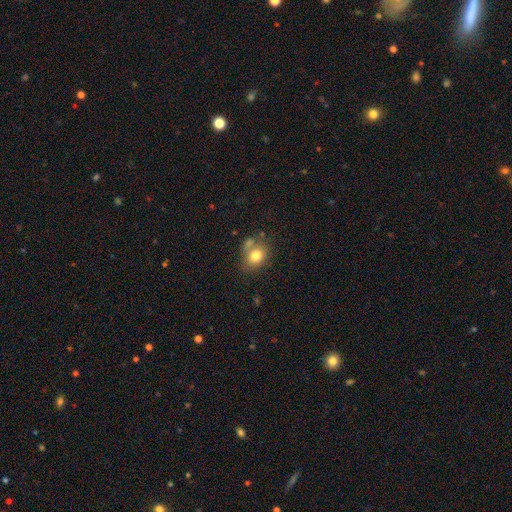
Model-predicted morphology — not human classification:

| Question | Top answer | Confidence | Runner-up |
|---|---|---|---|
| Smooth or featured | smooth | 77% | featured or disk (13%) |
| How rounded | round | 59% | in between (40%) |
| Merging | none | 52% | merger (21%) |